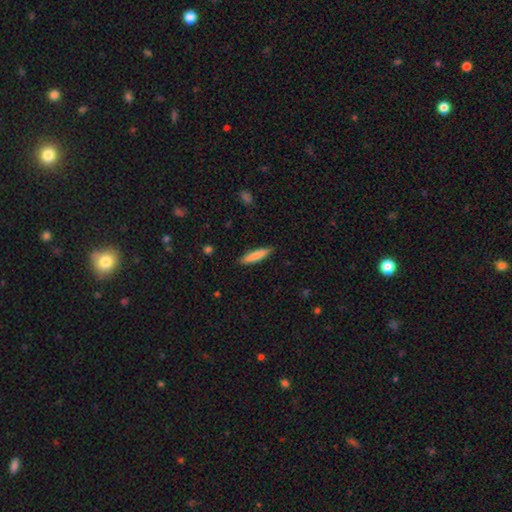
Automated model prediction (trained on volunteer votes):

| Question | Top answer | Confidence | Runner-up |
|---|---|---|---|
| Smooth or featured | smooth | 82% | featured or disk (13%) |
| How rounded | cigar-shaped | 84% | in between (15%) |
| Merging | none | 88% | minor disturbance (9%) |